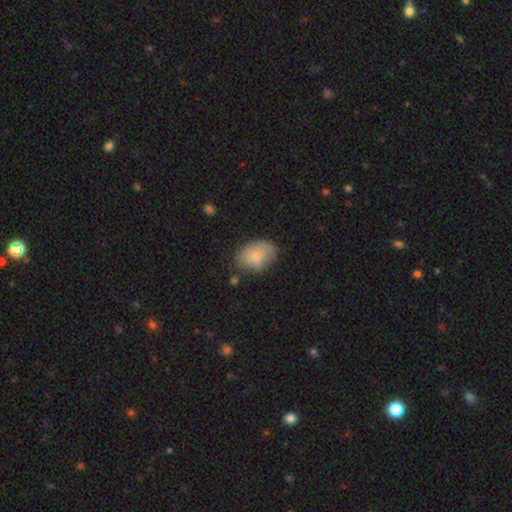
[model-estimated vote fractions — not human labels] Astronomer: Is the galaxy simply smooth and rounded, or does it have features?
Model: smooth — 77%.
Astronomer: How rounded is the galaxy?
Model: in between — 79%.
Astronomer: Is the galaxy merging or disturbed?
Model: none — 57%.